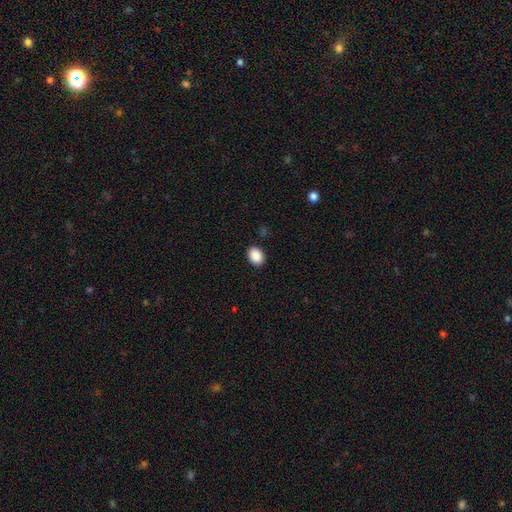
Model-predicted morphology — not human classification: Overall: smooth (90%). How rounded: in between (69%; round 30%). Merging: none (89%).